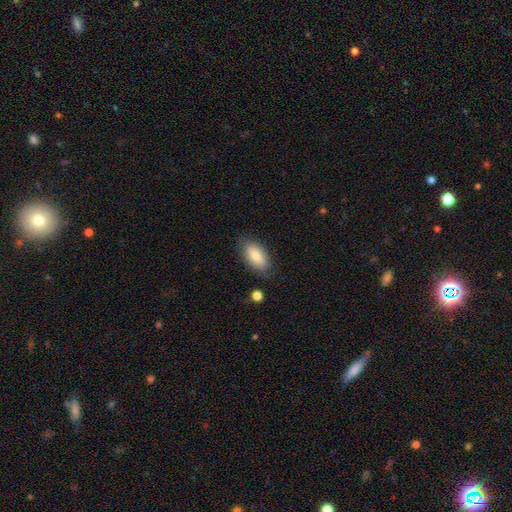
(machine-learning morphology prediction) This appears to be a smooth galaxy with no disk features (77%) that is in between round and cigar-shaped (92%). Merging: none (79%).